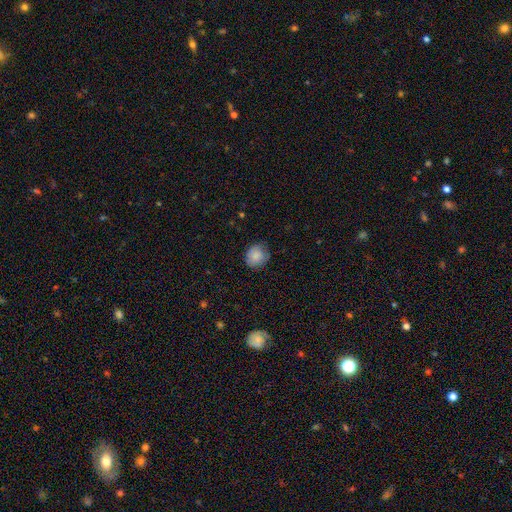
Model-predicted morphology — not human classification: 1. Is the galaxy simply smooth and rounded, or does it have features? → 81% smooth, 11% featured or disk, 8% star or artifact.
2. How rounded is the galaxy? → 78% round, 21% in between, 1% cigar-shaped.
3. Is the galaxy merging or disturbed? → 73% none, 21% minor disturbance, 5% major disturbance, 1% merger.